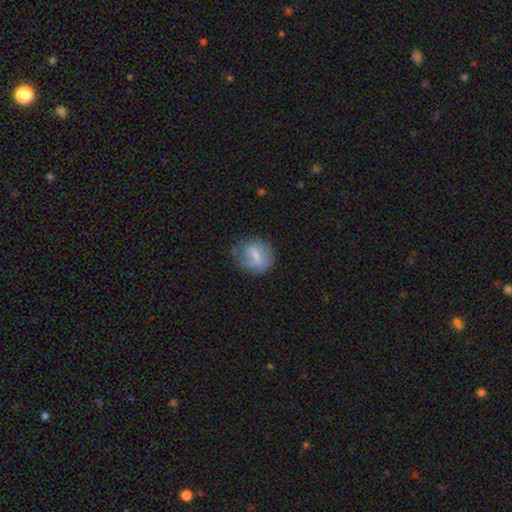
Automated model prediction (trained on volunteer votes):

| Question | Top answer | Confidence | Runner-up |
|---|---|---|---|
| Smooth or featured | smooth | 59% | featured or disk (33%) |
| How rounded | round | 73% | in between (25%) |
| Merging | none | 62% | minor disturbance (24%) |